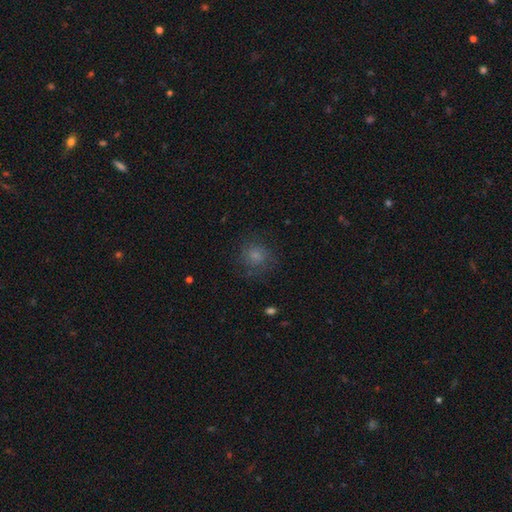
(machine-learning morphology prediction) smooth 69%, featured or disk 18%, star or artifact 13%. Down the decision tree: how rounded — round (83%); merging — none (72%).